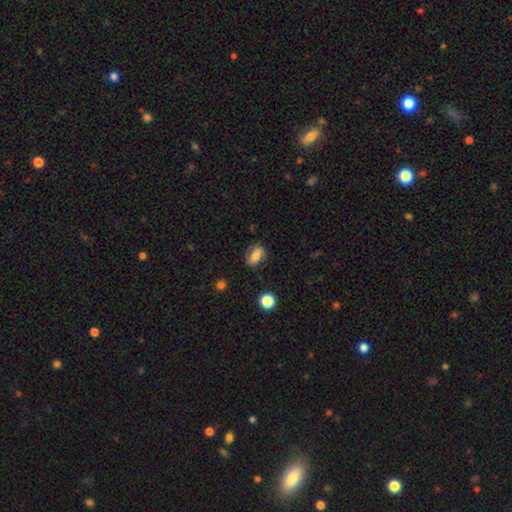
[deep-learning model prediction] Smooth or featured? Predicted: smooth (p=0.64). How rounded? Predicted: in between (p=0.76). Merging? Predicted: none (p=0.74).